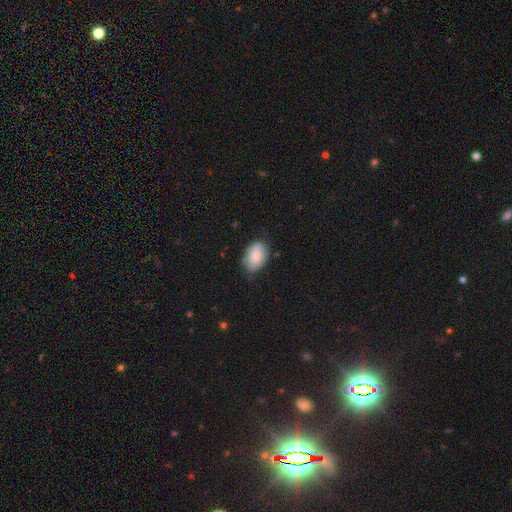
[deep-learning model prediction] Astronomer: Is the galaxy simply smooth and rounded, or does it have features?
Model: smooth — 80%.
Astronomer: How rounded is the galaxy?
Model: in between — 84%.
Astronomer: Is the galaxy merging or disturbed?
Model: none — 63%.